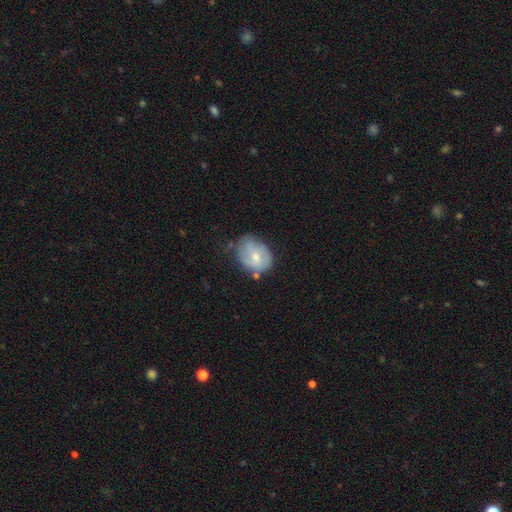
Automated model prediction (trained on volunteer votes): Q: Smooth or featured?
A: smooth (56%); runner-up: featured or disk (37%)
Q: How rounded?
A: in between (59%); runner-up: round (40%)
Q: Merging?
A: none (49%); runner-up: minor disturbance (34%)